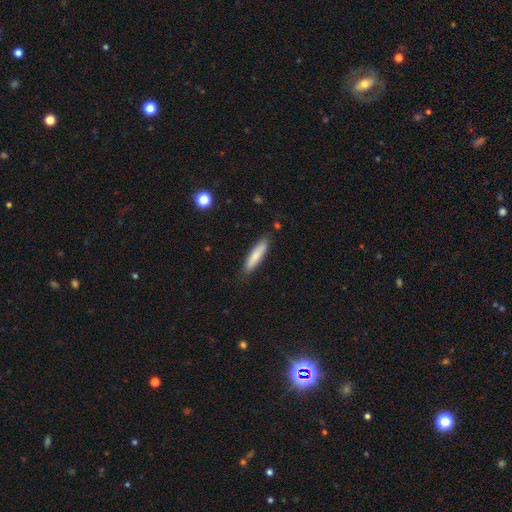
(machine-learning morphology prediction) A smooth galaxy with no disk features (78%) that is cigar-shaped (79%). Merging: none (83%).